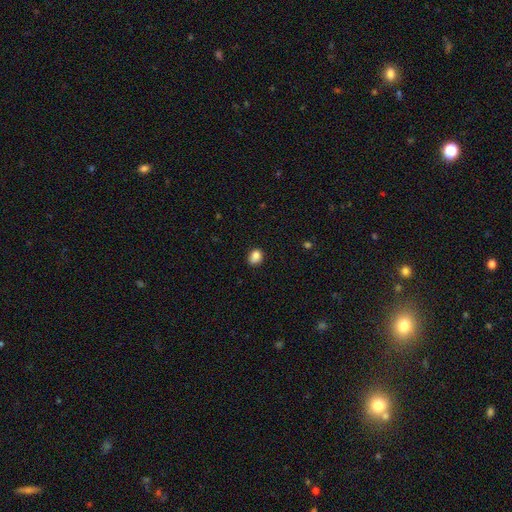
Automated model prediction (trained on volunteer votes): smooth-or-featured: smooth: 85% | star or artifact: 10% | featured or disk: 5%
  how-rounded: in between: 50% | round: 49% | cigar-shaped: 1%
  merging: none: 78% | minor disturbance: 17% | major disturbance: 3% | merger: 1%